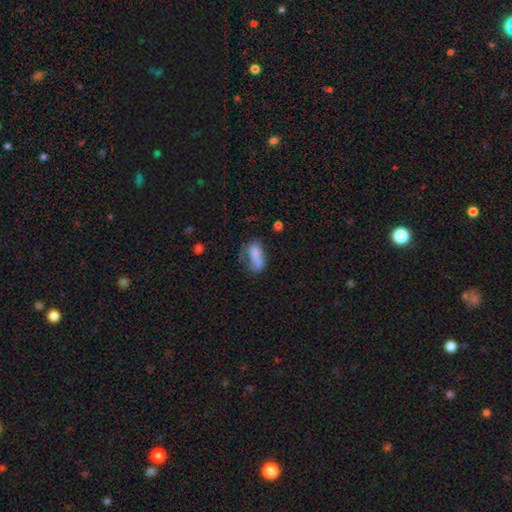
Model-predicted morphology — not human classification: type=smooth (70%); roundness=in between (85%); merging=major disturbance (32%).